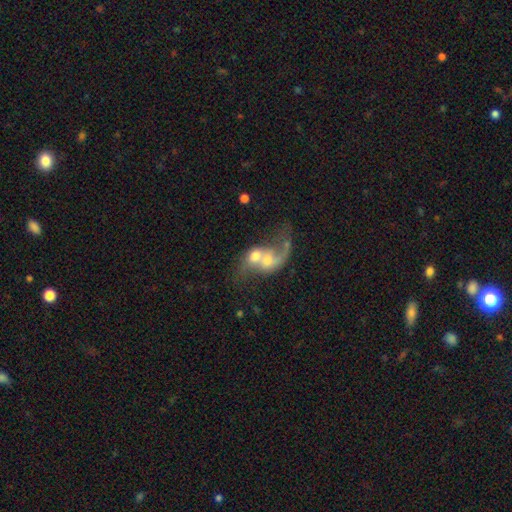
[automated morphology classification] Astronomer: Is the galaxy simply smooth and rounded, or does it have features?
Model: featured or disk — 59%.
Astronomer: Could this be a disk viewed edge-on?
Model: no — 96%.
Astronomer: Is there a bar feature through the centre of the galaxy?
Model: no — 68%.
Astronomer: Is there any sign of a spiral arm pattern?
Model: yes — 66%.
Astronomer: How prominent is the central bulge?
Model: moderate — 51%.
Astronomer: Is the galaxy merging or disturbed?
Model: merger — 78%.